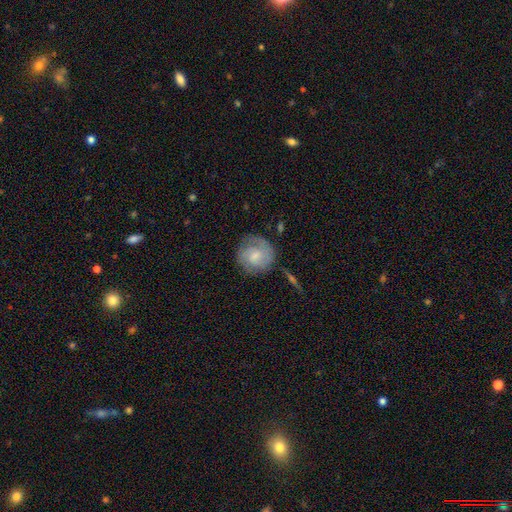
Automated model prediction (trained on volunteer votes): Morphology: type=featured or disk (60%); edge-on=no (97%); bar=no (48%); spiral arms=yes (89%); winding=tight (56%); arm count=2 (51%); bulge=small (43%); merging=none (75%).